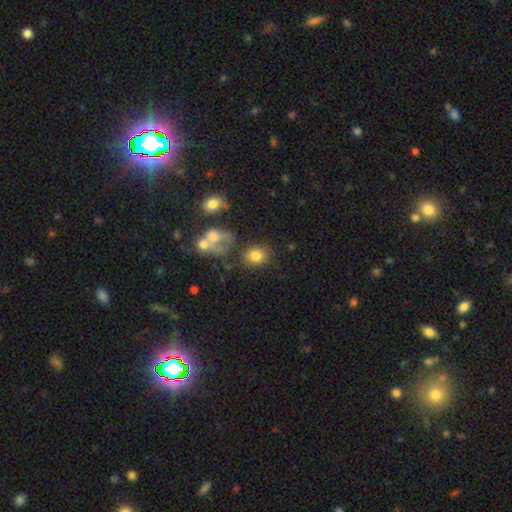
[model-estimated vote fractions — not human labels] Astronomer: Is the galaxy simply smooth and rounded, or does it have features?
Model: smooth — 79%.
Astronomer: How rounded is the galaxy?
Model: round — 59% (runner-up: in between, 40%).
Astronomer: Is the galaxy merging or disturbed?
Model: none — 66%.